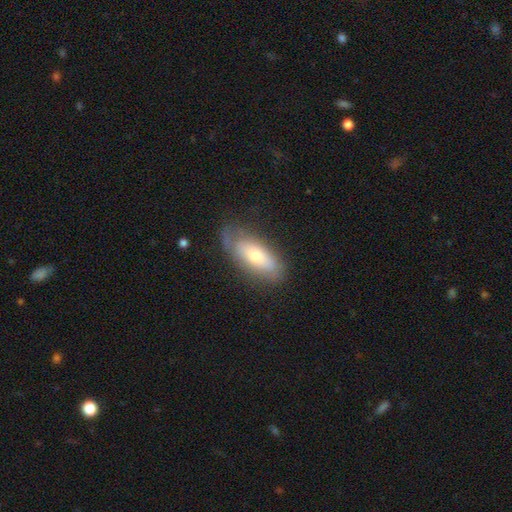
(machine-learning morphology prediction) A smooth galaxy with no disk features (60%) that is in between round and cigar-shaped (81%).

Vote fractions:
- Smooth or featured? smooth: 60% / featured or disk: 34% / star or artifact: 7%
- How rounded? in between: 81% / cigar-shaped: 16% / round: 3%
- Merging? none: 65% / minor disturbance: 24% / major disturbance: 8% / merger: 2%